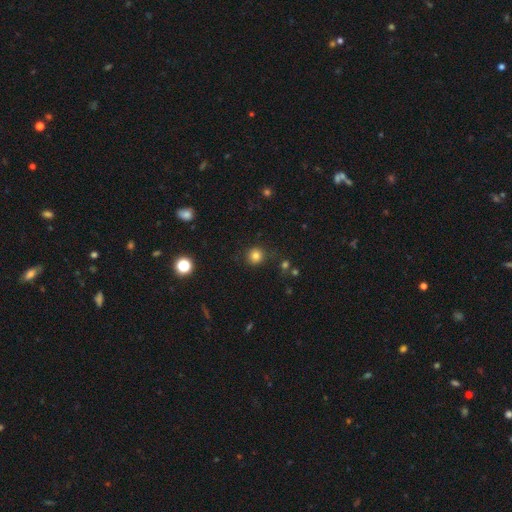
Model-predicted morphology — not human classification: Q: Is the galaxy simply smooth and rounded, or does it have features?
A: smooth — 81%.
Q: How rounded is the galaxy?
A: round — 93%.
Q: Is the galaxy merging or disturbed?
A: none — 86%.